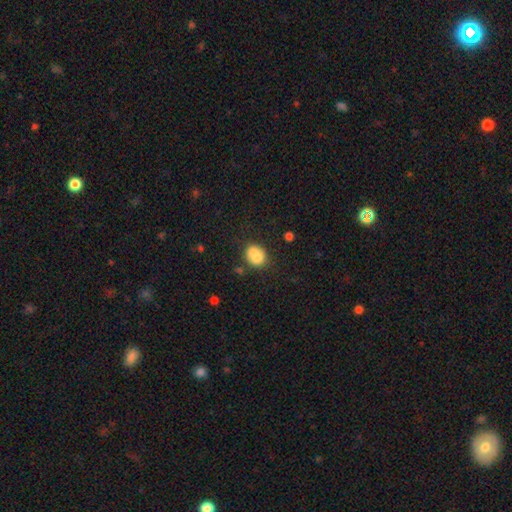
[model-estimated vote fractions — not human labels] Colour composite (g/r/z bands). It shows a smooth galaxy with no disk features (77%) that is round (56%). Merging: none (47%).